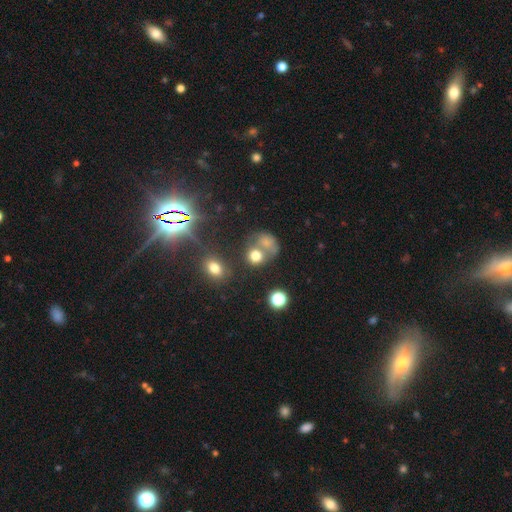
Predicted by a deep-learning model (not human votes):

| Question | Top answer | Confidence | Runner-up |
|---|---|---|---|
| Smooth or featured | smooth | 67% | star or artifact (19%) |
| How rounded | round | 70% | in between (28%) |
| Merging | merger | 41% | none (36%) |